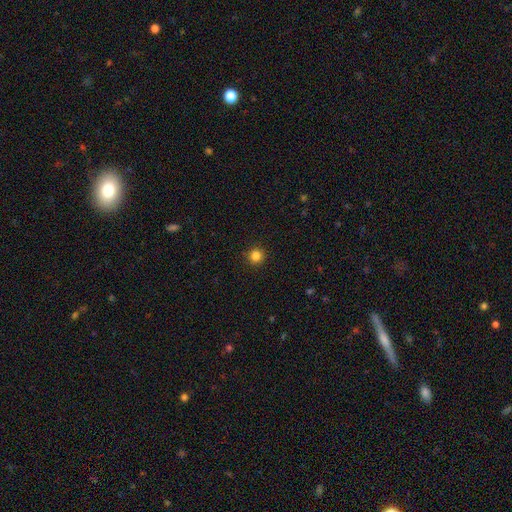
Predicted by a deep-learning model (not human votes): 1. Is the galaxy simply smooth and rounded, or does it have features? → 84% smooth, 12% star or artifact, 4% featured or disk.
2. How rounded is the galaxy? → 95% round, 4% in between, 1% cigar-shaped.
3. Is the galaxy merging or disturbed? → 92% none, 5% minor disturbance, 2% major disturbance, 1% merger.